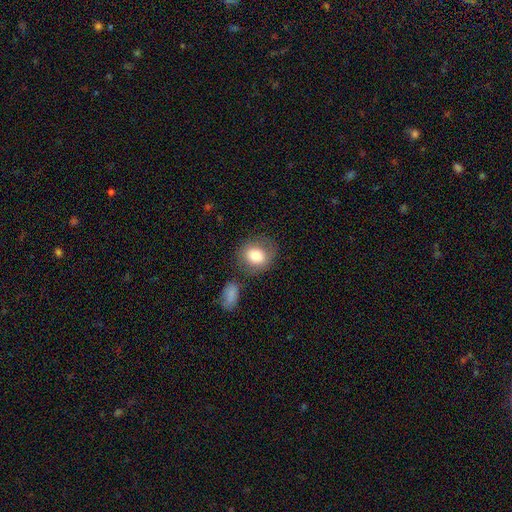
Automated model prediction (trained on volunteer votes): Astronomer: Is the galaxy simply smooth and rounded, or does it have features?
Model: smooth — 79%.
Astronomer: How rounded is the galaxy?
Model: round — 67%.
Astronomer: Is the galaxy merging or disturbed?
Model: none — 68%.